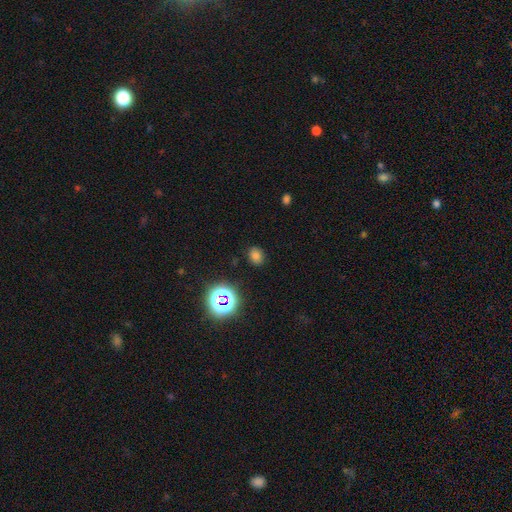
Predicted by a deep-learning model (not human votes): Smooth or featured? Predicted: smooth (p=0.71). How rounded? Predicted: round (p=0.50). Merging? Predicted: none (p=0.84).